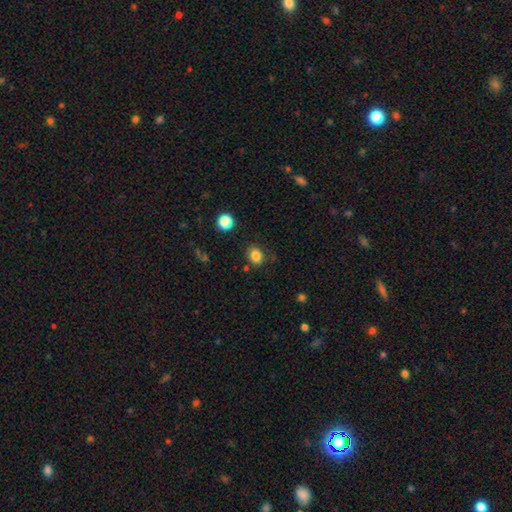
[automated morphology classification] This appears to be a smooth galaxy with no disk features (84%) that is in between round and cigar-shaped (56%). Merging: none (78%).